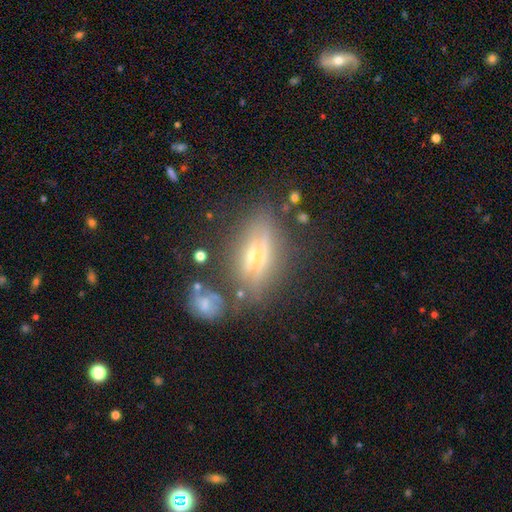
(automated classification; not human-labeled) Smooth or featured? Predicted: featured or disk (p=0.59). Edge-on disk? Predicted: yes (p=0.79). Merging? Predicted: none (p=0.73).